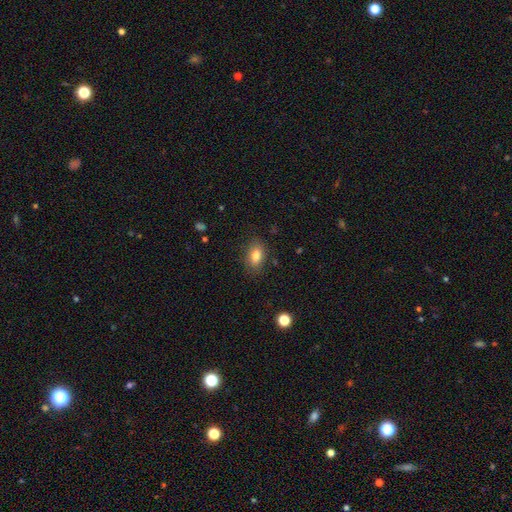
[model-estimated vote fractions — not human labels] Smooth or featured? Predicted: smooth (p=0.81). How rounded? Predicted: in between (p=0.85). Merging? Predicted: none (p=0.84).